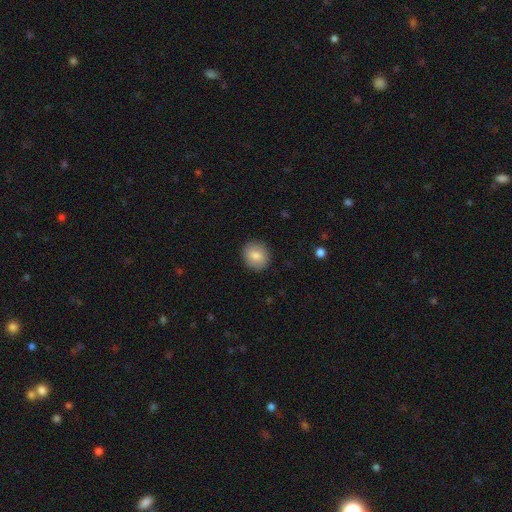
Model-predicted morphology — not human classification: Smooth or featured: smooth — 81% (featured or disk — 11%)
How rounded: round — 78% (in between — 21%)
Merging: none — 89% (minor disturbance — 7%)